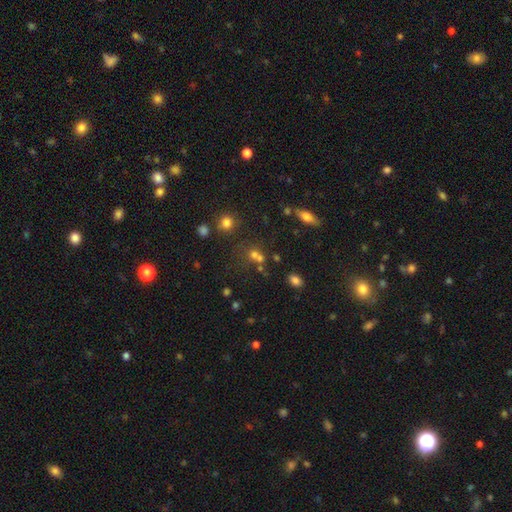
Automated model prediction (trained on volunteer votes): A smooth galaxy with no disk features (55%) that is round (77%). Merging: none (54%).